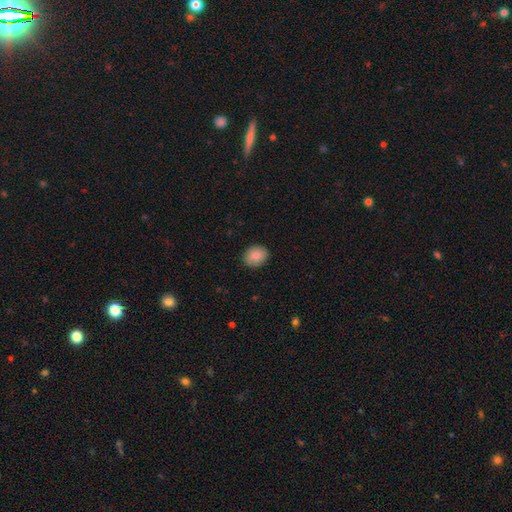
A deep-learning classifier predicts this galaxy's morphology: A smooth galaxy with no disk features (83%) that is round (59%). Merging: none (88%).